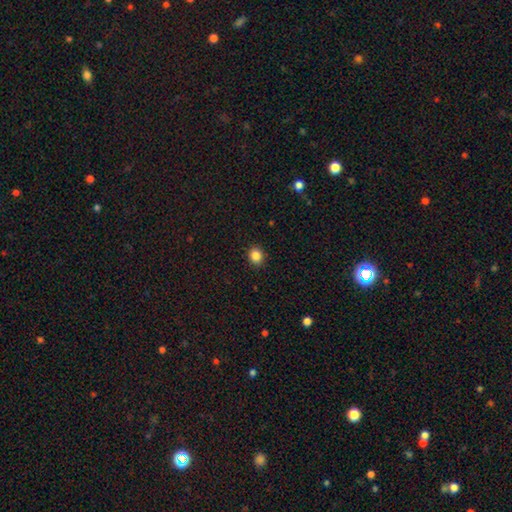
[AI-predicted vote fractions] Smooth or featured? Predicted: smooth (p=0.86). How rounded? Predicted: round (p=0.74). Merging? Predicted: none (p=0.91).